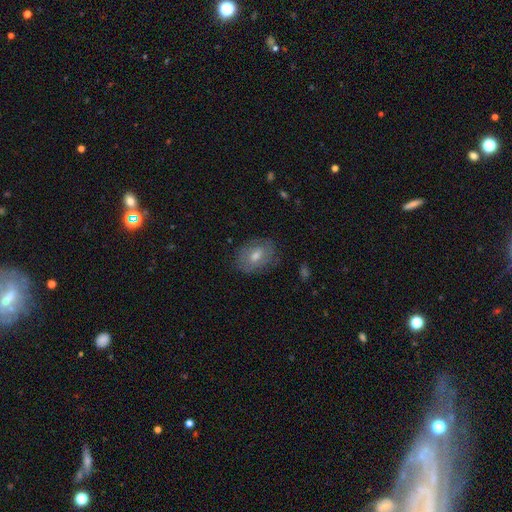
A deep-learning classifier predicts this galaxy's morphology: A featured or disk galaxy (45%).

Vote fractions:
- Smooth or featured? featured or disk: 45% / smooth: 43% / star or artifact: 12%
- Merging? none: 78% / minor disturbance: 16% / major disturbance: 5% / merger: 1%